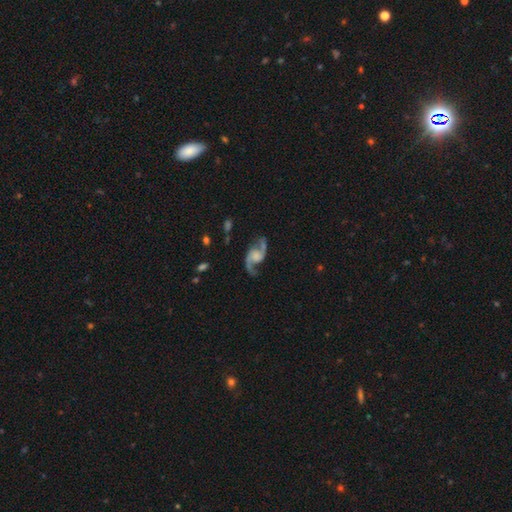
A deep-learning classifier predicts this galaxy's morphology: Smooth or featured? featured or disk (89%)
Edge-on disk? no (97%)
Bar? no (59%)
Spiral arms? yes (97%)
Spiral winding? loose (62%)
Spiral arm count? 2 (93%)
Bulge size? none (39%)
Merging? none (70%)